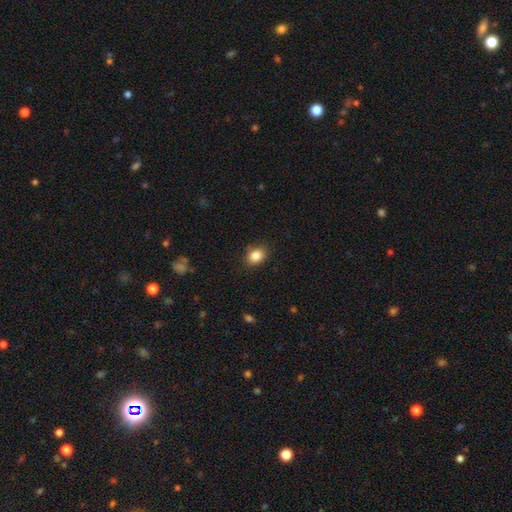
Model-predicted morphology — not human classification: Q: Smooth or featured?
A: smooth (86%); runner-up: star or artifact (9%)
Q: How rounded?
A: in between (55%); runner-up: round (44%)
Q: Merging?
A: none (85%); runner-up: minor disturbance (11%)